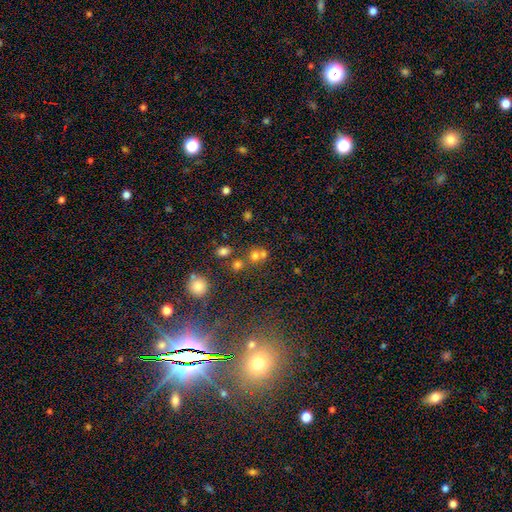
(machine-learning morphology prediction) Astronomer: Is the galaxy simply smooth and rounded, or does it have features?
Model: smooth — 60%.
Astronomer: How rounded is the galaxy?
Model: round — 84%.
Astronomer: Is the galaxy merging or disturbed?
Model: none — 55% (runner-up: merger, 34%).